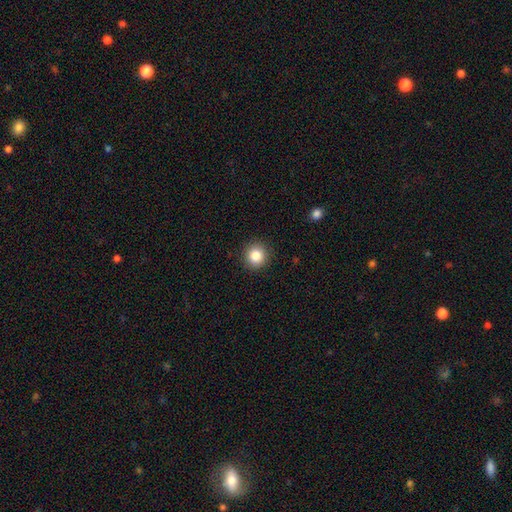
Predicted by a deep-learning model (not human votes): Morphology: type=smooth (85%); roundness=round (93%); merging=none (91%).